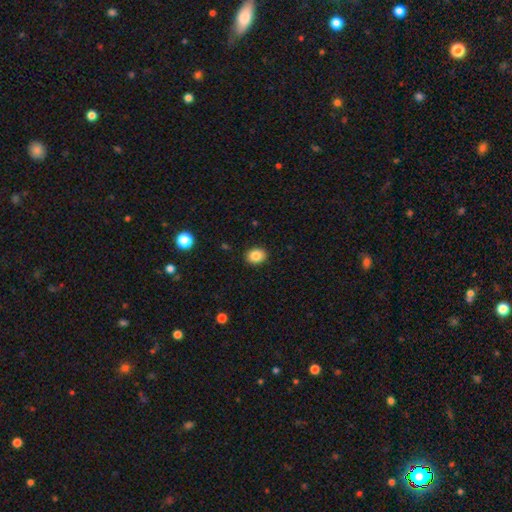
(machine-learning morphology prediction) This is clearly a smooth galaxy (86%). How rounded: possibly round (54%). Merging: clearly none (90%).